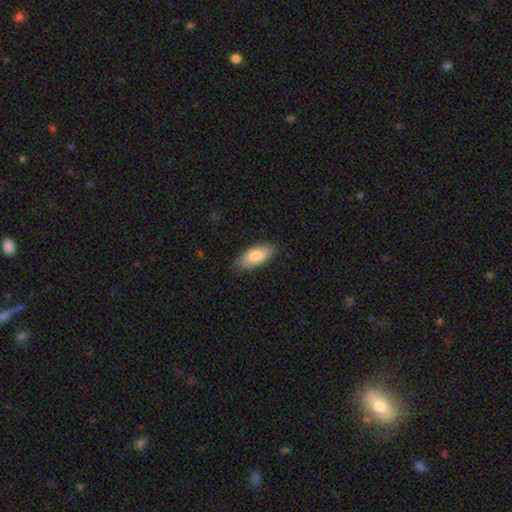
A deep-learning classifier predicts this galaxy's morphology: A smooth galaxy with no disk features (80%) that is in between round and cigar-shaped (87%). Merging: none (83%).